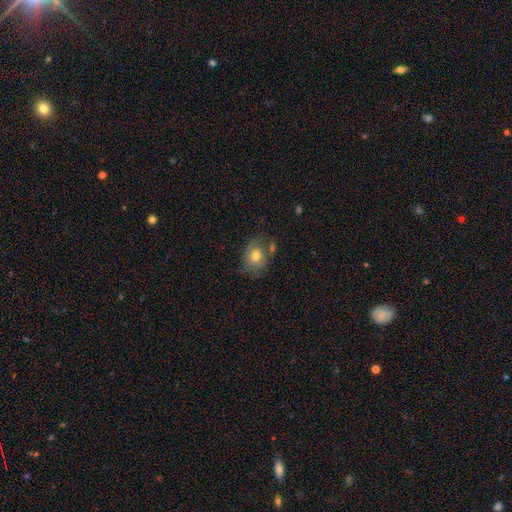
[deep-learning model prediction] smooth 74%, featured or disk 17%, star or artifact 9%. Down the decision tree: how rounded — round (54%); merging — none (58%).